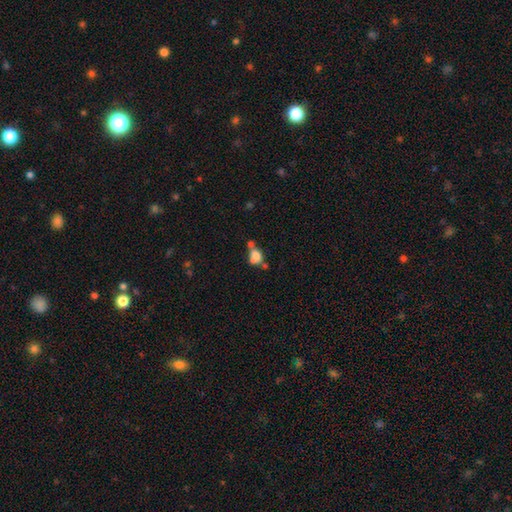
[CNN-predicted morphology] This is likely a smooth galaxy (70%). How rounded: possibly in between (58%). Merging: possibly merger (46%).